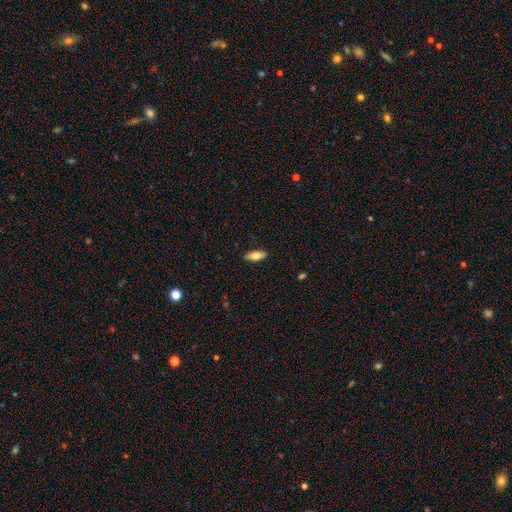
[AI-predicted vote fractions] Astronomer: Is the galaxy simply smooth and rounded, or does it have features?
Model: smooth — 71%.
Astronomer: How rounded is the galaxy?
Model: in between — 80%.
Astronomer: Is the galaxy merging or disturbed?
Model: none — 89%.